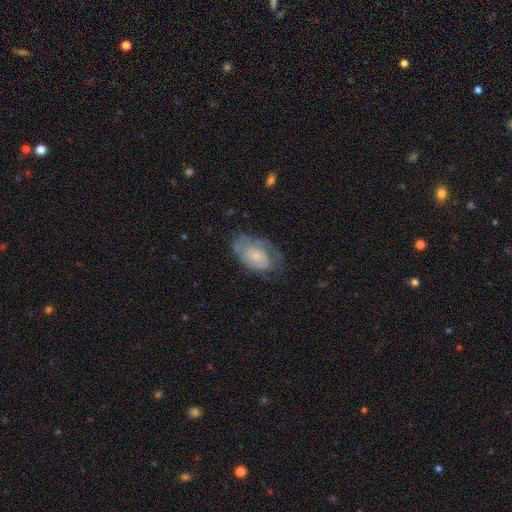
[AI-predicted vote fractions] featured or disk 52%, smooth 41%, star or artifact 7%. Down the decision tree: edge-on disk — no (95%); merging — none (51%).